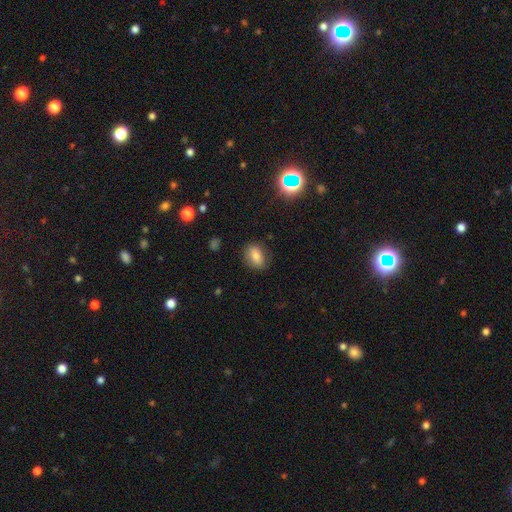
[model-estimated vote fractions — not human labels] smooth_or_featured: smooth (p=0.77) [alt: star or artifact p=0.12]
how_rounded: in between (p=0.66) [alt: round p=0.32]
merging: none (p=0.81) [alt: minor disturbance p=0.14]